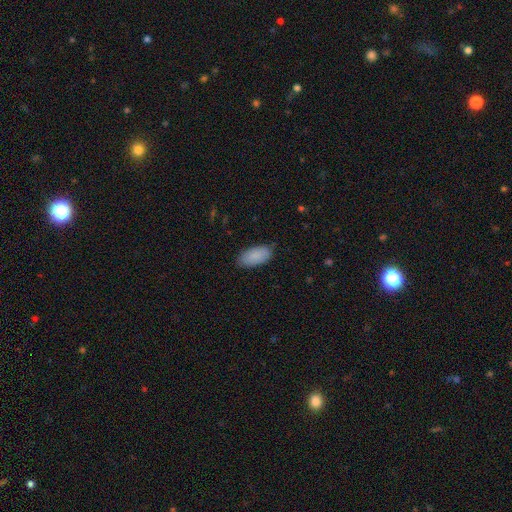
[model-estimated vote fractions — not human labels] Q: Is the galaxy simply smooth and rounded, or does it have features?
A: smooth — 89%.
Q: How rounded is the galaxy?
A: in between — 93%.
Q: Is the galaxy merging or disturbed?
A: none — 84%.